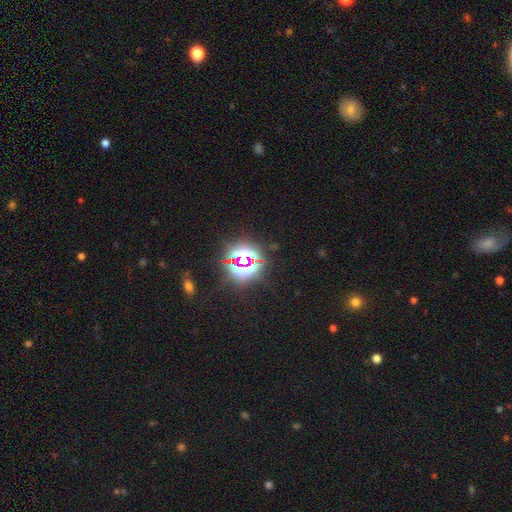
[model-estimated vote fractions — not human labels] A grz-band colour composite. It shows a star or artifact, not a galaxy (79%).